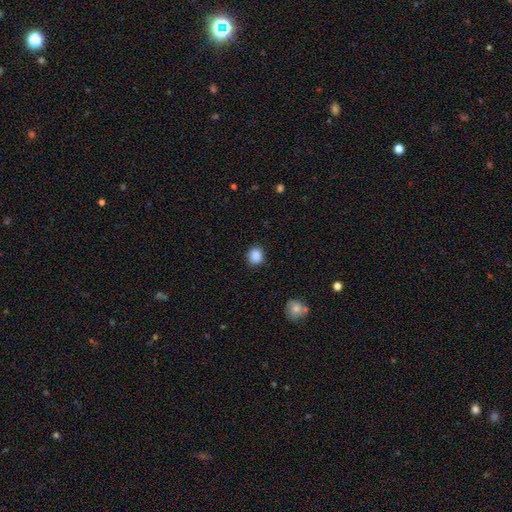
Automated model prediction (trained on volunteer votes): smooth-or-featured: smooth: 88% | star or artifact: 9% | featured or disk: 3%
  how-rounded: round: 74% | in between: 25% | cigar-shaped: 1%
  merging: none: 86% | minor disturbance: 10% | major disturbance: 2% | merger: 1%